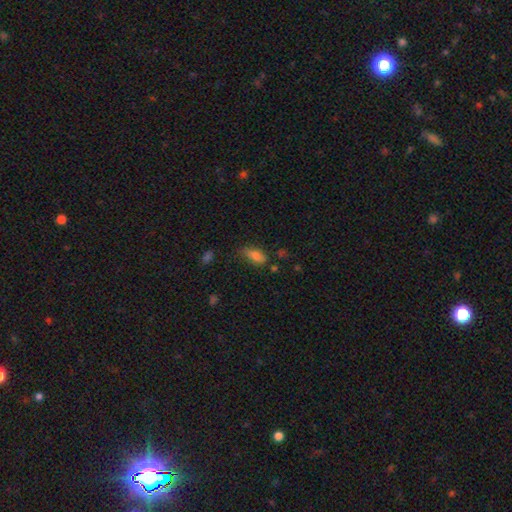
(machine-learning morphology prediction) This appears to be a smooth galaxy with no disk features (79%) that is in between round and cigar-shaped (81%). Merging: none (51%).